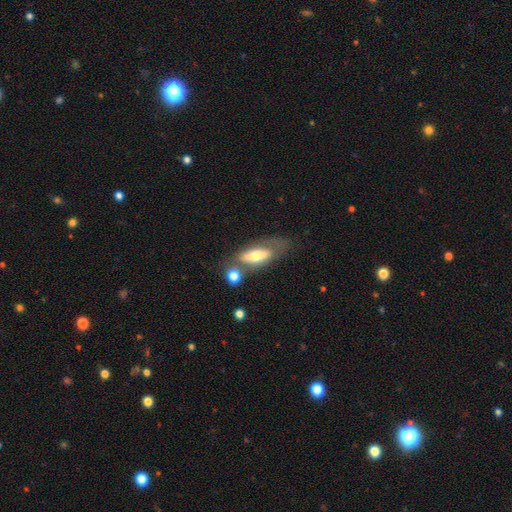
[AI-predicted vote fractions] This is possibly a smooth galaxy (57%). How rounded: likely in between (71%). Merging: marginally none (43%).